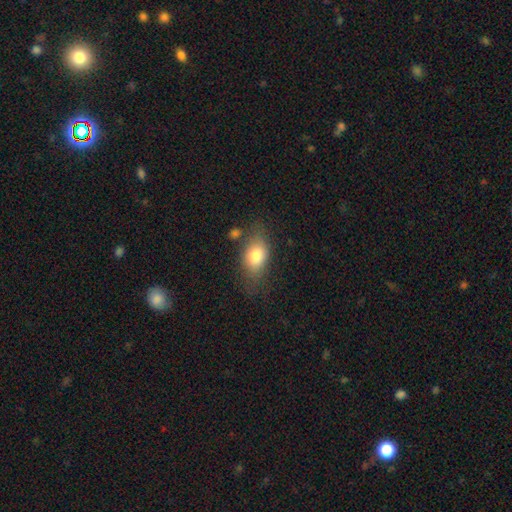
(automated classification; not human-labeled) A smooth galaxy with no disk features (79%) that is in between round and cigar-shaped (82%).

Vote fractions:
- Smooth or featured? smooth: 79% / featured or disk: 13% / star or artifact: 8%
- How rounded? in between: 82% / round: 15% / cigar-shaped: 3%
- Merging? none: 64% / minor disturbance: 21% / major disturbance: 9% / merger: 6%